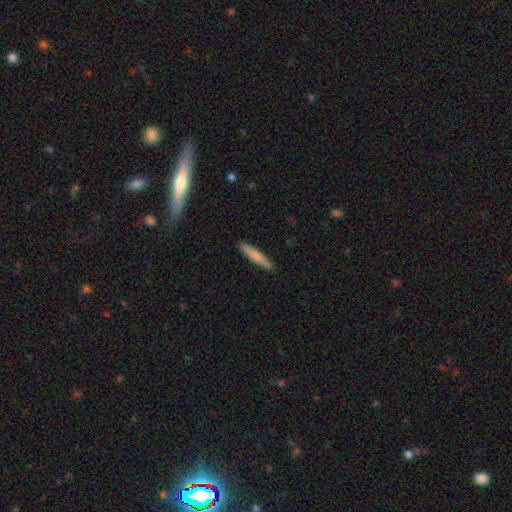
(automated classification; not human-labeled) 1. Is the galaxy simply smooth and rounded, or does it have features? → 76% smooth, 18% featured or disk, 5% star or artifact.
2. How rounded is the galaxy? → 90% cigar-shaped, 9% in between, 1% round.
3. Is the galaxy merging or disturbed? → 90% none, 7% minor disturbance, 2% major disturbance, 1% merger.